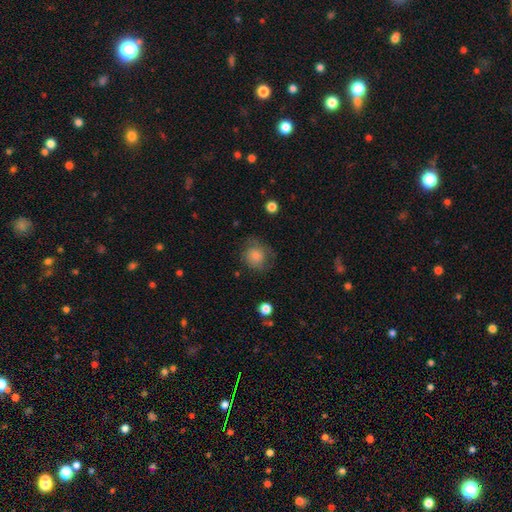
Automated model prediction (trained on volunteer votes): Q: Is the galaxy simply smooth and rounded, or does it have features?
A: smooth — 73%.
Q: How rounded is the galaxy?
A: round — 80%.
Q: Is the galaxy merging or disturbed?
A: none — 64%.